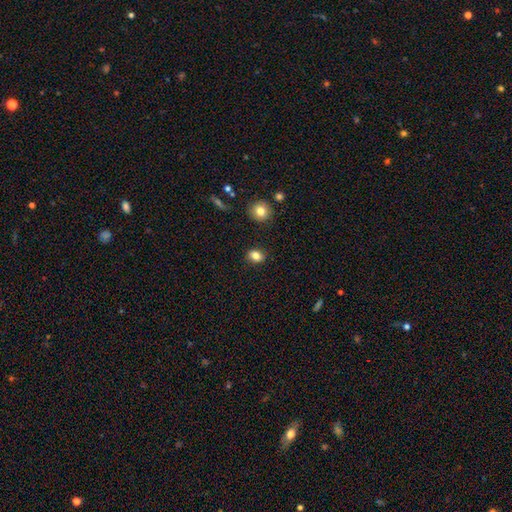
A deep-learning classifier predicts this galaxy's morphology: type=smooth (82%); roundness=in between (52%); merging=none (86%).